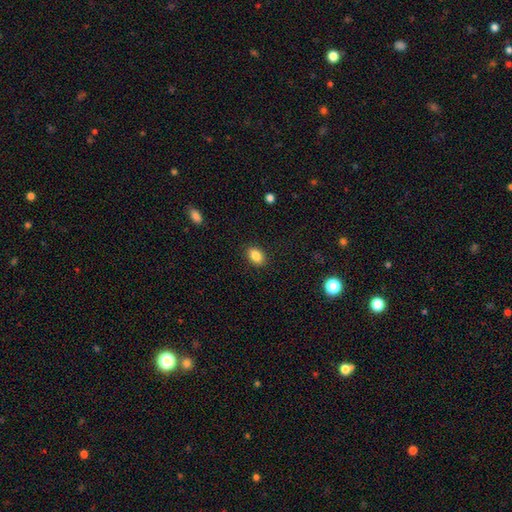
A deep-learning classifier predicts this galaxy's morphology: A smooth galaxy with no disk features (85%) that is in between round and cigar-shaped (83%).

Vote fractions:
- Smooth or featured? smooth: 85% / star or artifact: 9% / featured or disk: 6%
- How rounded? in between: 83% / round: 16% / cigar-shaped: 1%
- Merging? none: 89% / minor disturbance: 8% / major disturbance: 2% / merger: 1%